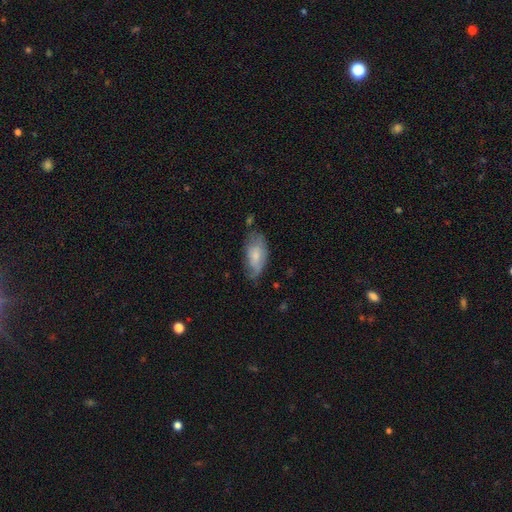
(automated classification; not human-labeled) Q: Smooth or featured?
A: smooth (68%); runner-up: featured or disk (25%)
Q: How rounded?
A: in between (89%); runner-up: cigar-shaped (9%)
Q: Merging?
A: none (55%); runner-up: minor disturbance (33%)